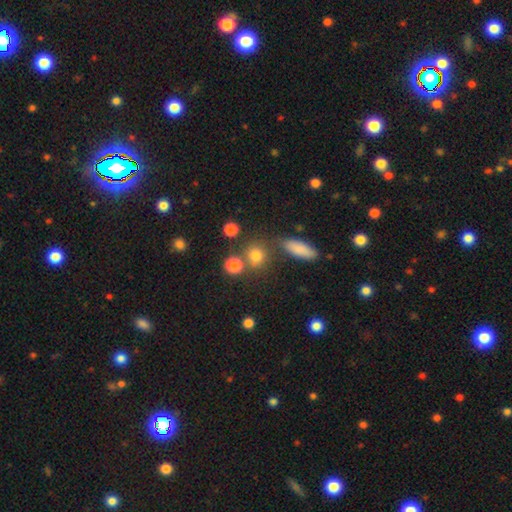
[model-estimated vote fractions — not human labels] The model was most divided on "merging": none: 67%, merger: 17%, minor disturbance: 11%, major disturbance: 5%. More confident: how rounded — round (83%); smooth or featured — smooth (76%).